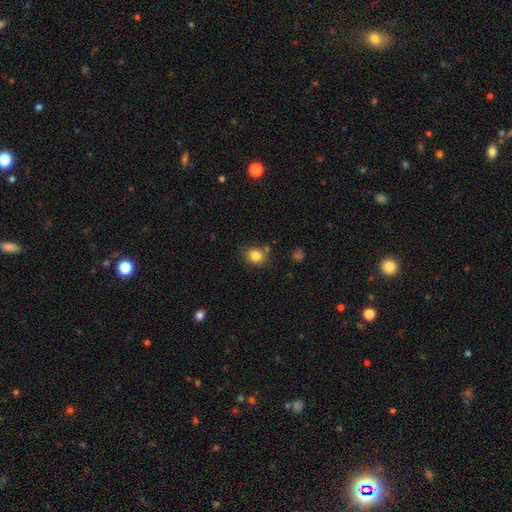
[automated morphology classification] Overall: smooth (83%). How rounded: round (57%; in between 42%). Merging: none (71%).